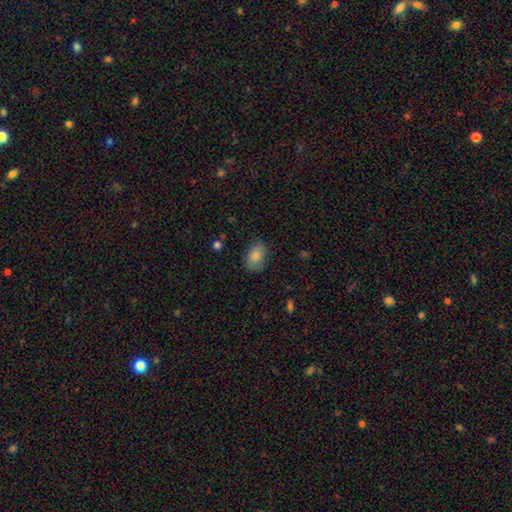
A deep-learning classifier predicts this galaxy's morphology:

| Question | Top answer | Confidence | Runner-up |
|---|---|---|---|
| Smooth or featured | smooth | 85% | star or artifact (8%) |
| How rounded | in between | 88% | round (11%) |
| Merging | none | 79% | minor disturbance (16%) |